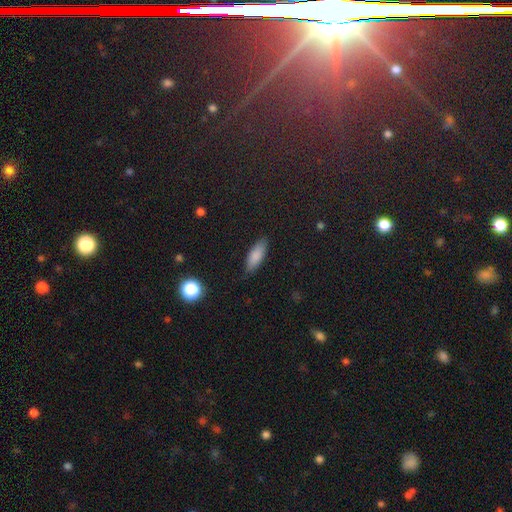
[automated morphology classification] Smooth or featured: smooth — 85% (featured or disk — 8%)
How rounded: in between — 70% (cigar-shaped — 28%)
Merging: none — 84% (minor disturbance — 12%)